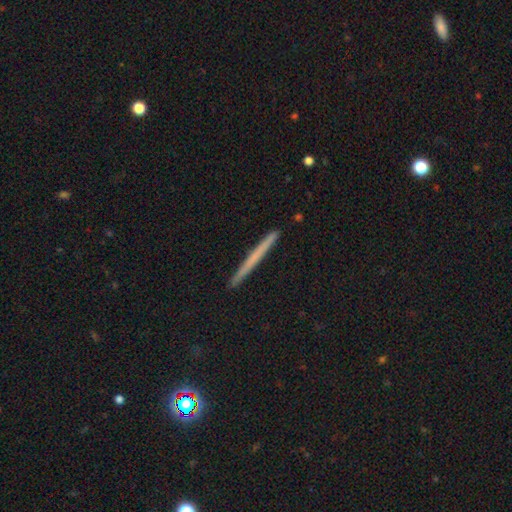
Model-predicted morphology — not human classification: Smooth or featured: smooth — 51% (featured or disk — 42%)
How rounded: cigar-shaped — 97% (in between — 1%)
Merging: none — 93% (minor disturbance — 5%)